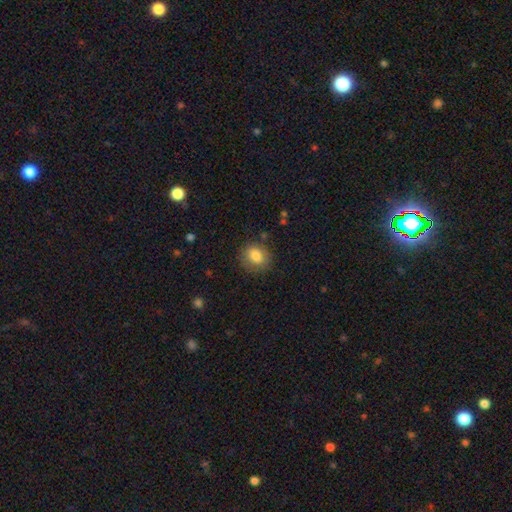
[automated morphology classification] The model was most divided on "how rounded": round: 60%, in between: 39%, cigar-shaped: 1%. More confident: smooth or featured — smooth (84%); merging — none (81%).